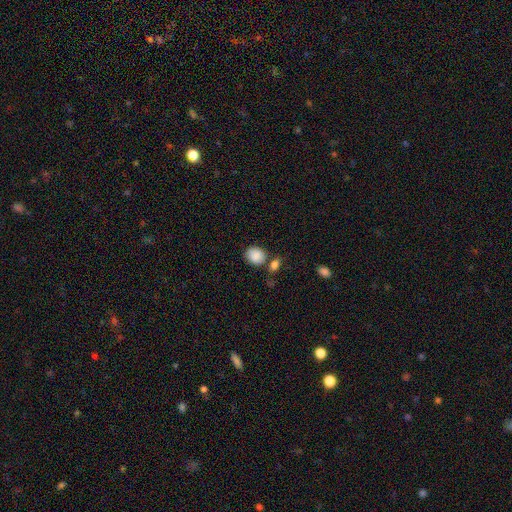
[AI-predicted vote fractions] Smooth or featured? Predicted: smooth (p=0.88). How rounded? Predicted: round (p=0.62). Merging? Predicted: none (p=0.65).